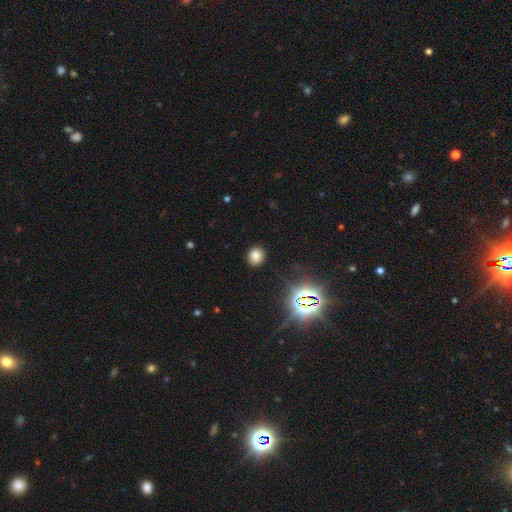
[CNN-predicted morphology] Smooth or featured?
  - smooth: 75% *
  - star or artifact: 18%
  - featured or disk: 6%
How rounded?
  - round: 74% *
  - in between: 25%
  - cigar-shaped: 1%
Merging?
  - none: 89% *
  - minor disturbance: 7%
  - major disturbance: 2%
  - merger: 1%